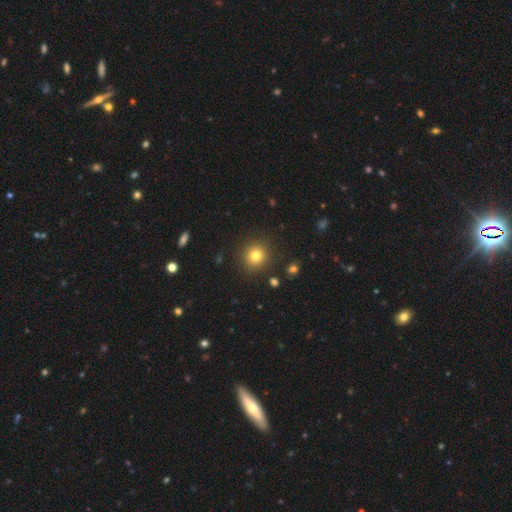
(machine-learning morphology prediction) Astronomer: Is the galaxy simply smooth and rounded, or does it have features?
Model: smooth — 79%.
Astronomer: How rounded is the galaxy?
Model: round — 91%.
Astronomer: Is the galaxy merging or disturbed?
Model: none — 90%.